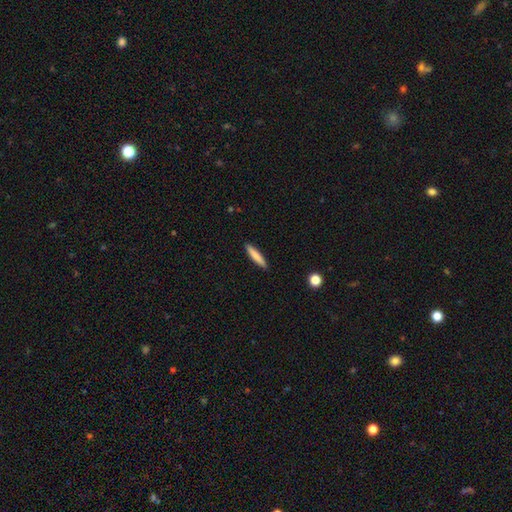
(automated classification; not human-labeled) Overall: smooth (80%). How rounded: cigar-shaped (91%). Merging: none (91%).